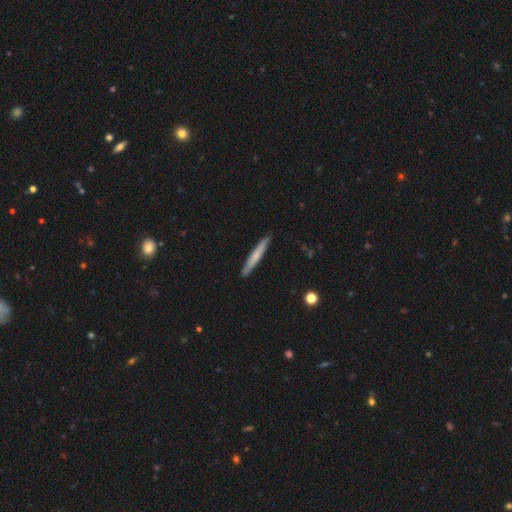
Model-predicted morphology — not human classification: type=smooth (63%); roundness=cigar-shaped (96%); merging=none (88%).